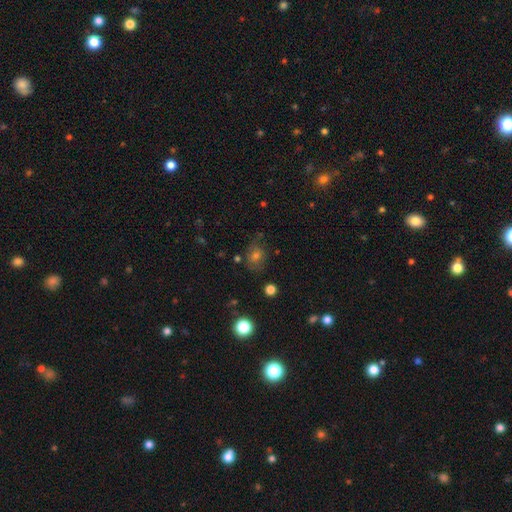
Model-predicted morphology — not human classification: The model was most divided on "how rounded": round: 53%, in between: 46%, cigar-shaped: 1%. More confident: merging — none (66%); smooth or featured — smooth (58%).